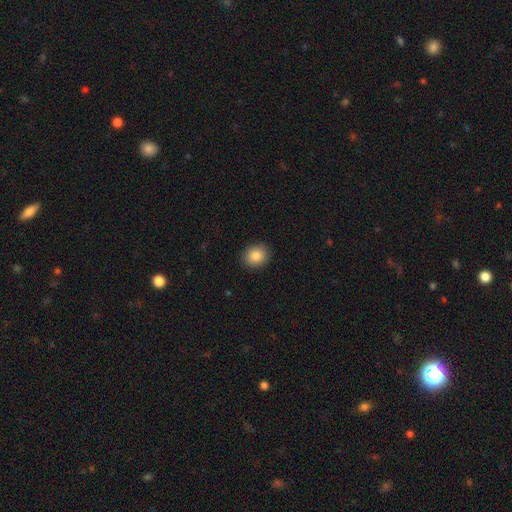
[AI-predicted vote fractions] A smooth galaxy with no disk features (85%) that is round (67%). Merging: none (90%).